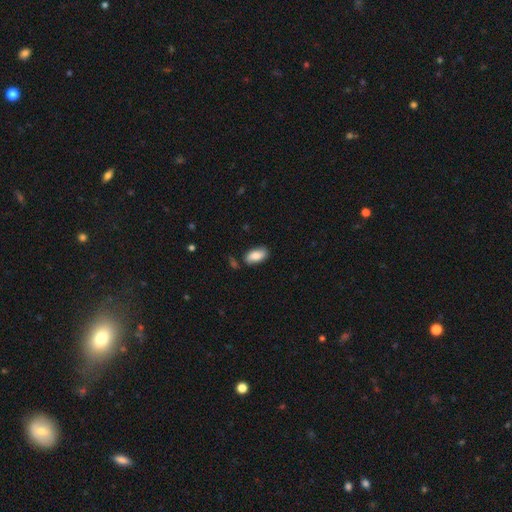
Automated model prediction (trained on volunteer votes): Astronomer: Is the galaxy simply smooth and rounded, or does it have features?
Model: smooth — 82%.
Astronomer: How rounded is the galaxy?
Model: in between — 92%.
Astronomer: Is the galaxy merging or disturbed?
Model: none — 75%.